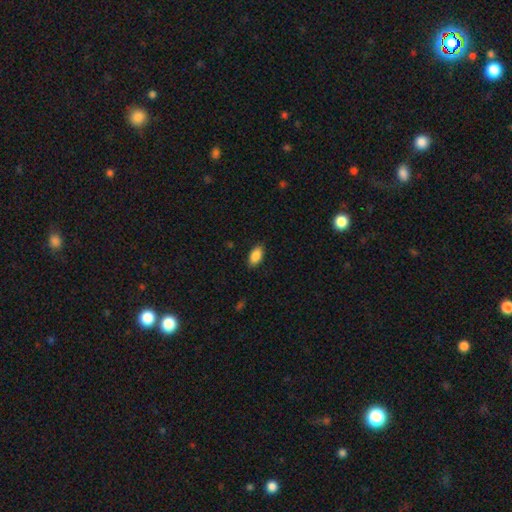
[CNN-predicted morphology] Overall: smooth (88%). How rounded: in between (92%). Merging: none (86%).